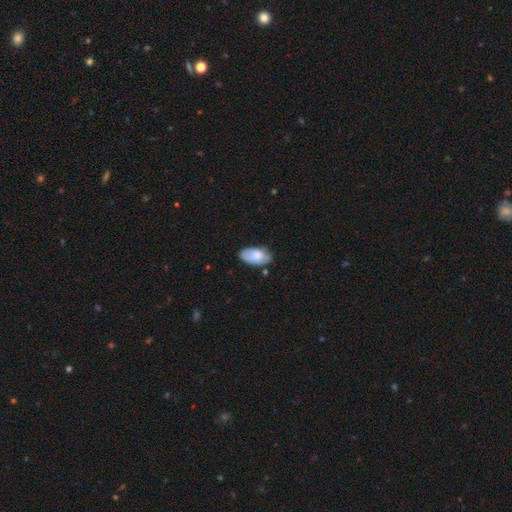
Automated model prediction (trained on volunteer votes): This appears to be a smooth galaxy with no disk features (76%) that is in between round and cigar-shaped (95%). Merging: none (68%).